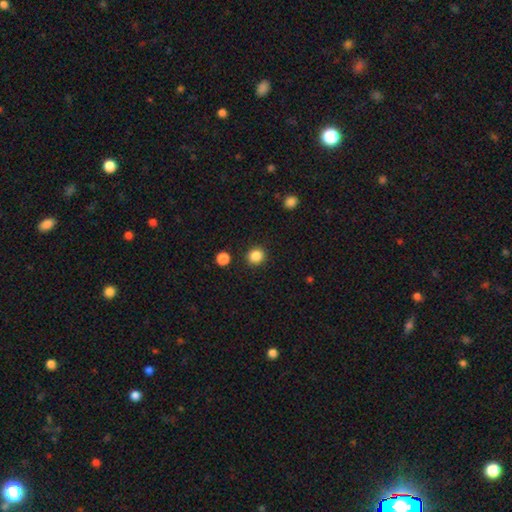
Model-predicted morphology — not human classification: Smooth or featured? Predicted: smooth (p=0.86). How rounded? Predicted: round (p=0.87). Merging? Predicted: none (p=0.90).